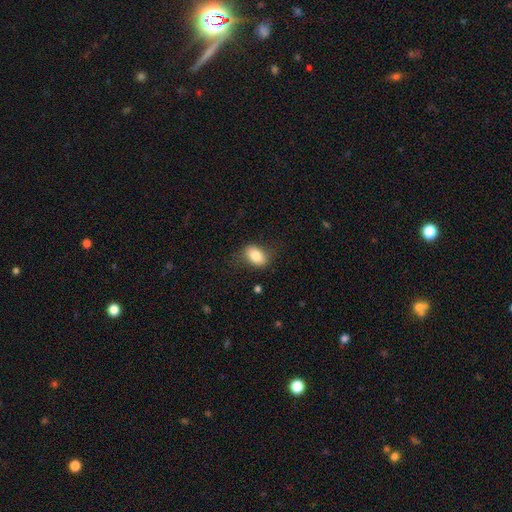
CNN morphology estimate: Overall: smooth (81%). How rounded: in between (82%). Merging: none (74%).